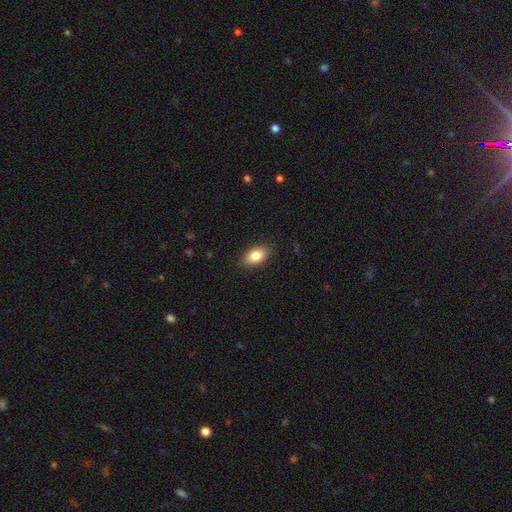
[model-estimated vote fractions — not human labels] A smooth galaxy with no disk features (83%) that is in between round and cigar-shaped (89%). Merging: none (87%).